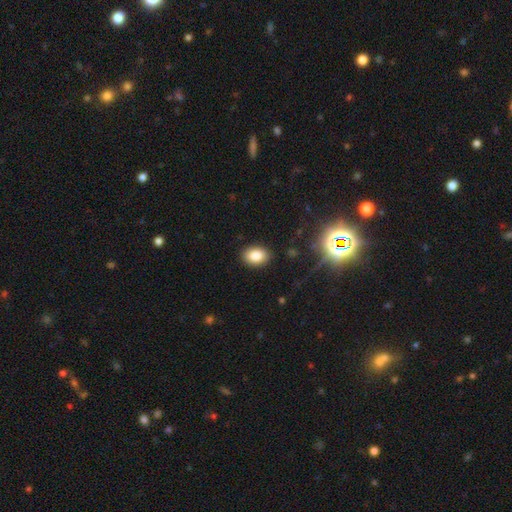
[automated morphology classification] smooth_or_featured: smooth (p=0.84) [alt: star or artifact p=0.10]
how_rounded: in between (p=0.78) [alt: round p=0.21]
merging: none (p=0.88) [alt: minor disturbance p=0.08]